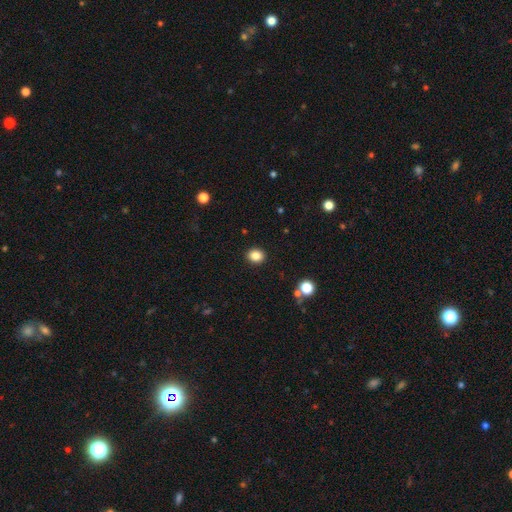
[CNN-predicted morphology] Smooth or featured?
  - smooth: 85% *
  - star or artifact: 11%
  - featured or disk: 4%
How rounded?
  - round: 72% *
  - in between: 28%
  - cigar-shaped: 1%
Merging?
  - none: 91% *
  - minor disturbance: 6%
  - major disturbance: 2%
  - merger: 1%